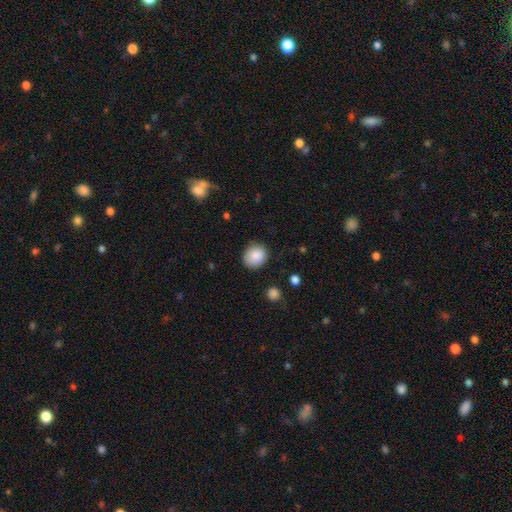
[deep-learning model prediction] The model was most divided on "how rounded": round: 71%, in between: 28%, cigar-shaped: 1%. More confident: smooth or featured — smooth (87%); merging — none (83%).